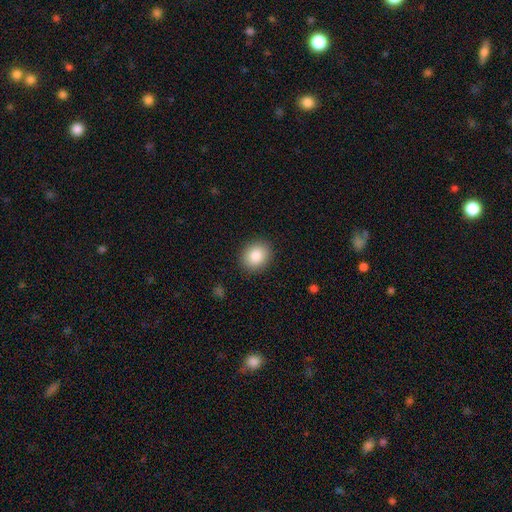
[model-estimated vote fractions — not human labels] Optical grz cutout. It shows a smooth galaxy with no disk features (86%) that is round (61%). Merging: none (89%).